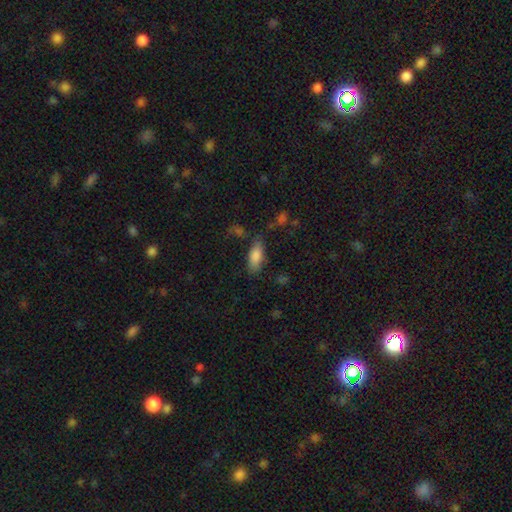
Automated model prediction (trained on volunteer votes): Morphology: type=smooth (82%); roundness=in between (77%); merging=none (67%).